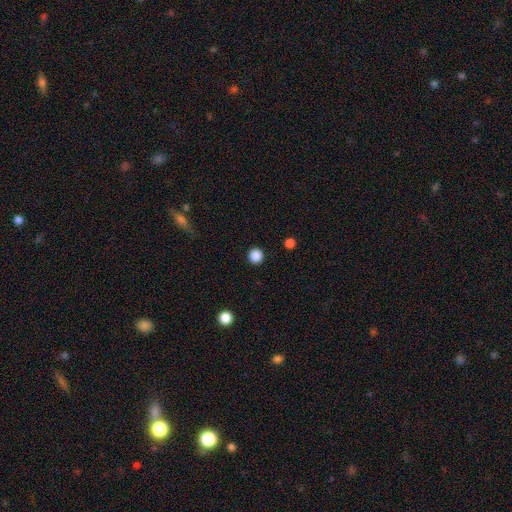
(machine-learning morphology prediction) This is clearly a smooth galaxy (87%). How rounded: clearly round (96%). Merging: clearly none (93%).